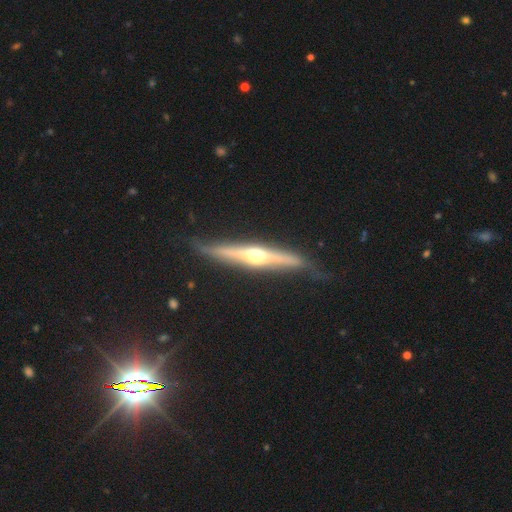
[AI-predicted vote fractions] smooth_or_featured: featured or disk (p=0.76) [alt: smooth p=0.19]
disk_edge_on: yes (p=0.95) [alt: no p=0.05]
edge_on_bulge: rounded (p=0.89) [alt: none p=0.06]
merging: none (p=0.79) [alt: minor disturbance p=0.16]